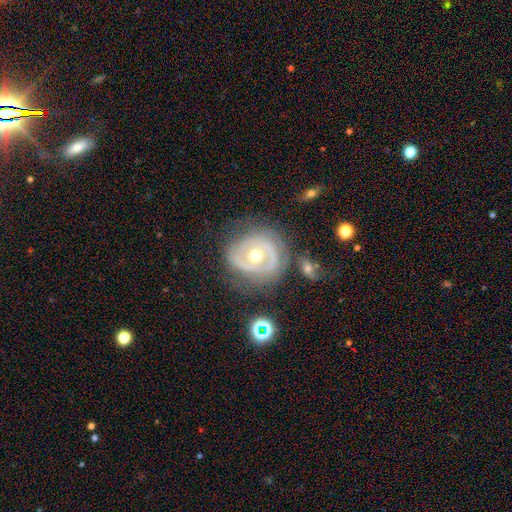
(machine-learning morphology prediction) Smooth or featured? featured or disk (79%)
Edge-on disk? no (97%)
Bar? no (66%)
Spiral arms? yes (75%)
Spiral winding? tight (56%)
Spiral arm count? 2 (55%)
Bulge size? moderate (77%)
Merging? none (64%)